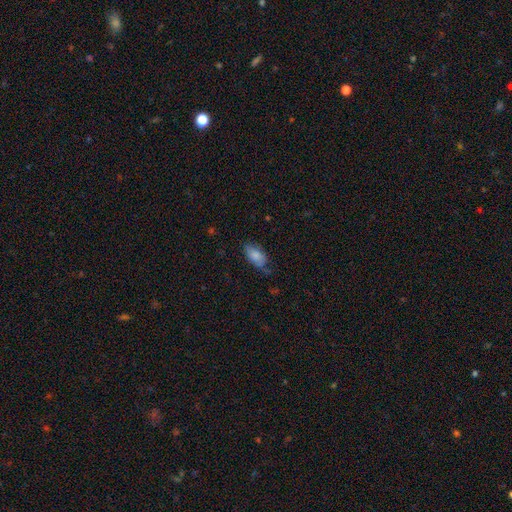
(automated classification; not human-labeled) Overall: smooth (82%). How rounded: in between (92%). Merging: none (60%; minor disturbance 30%).